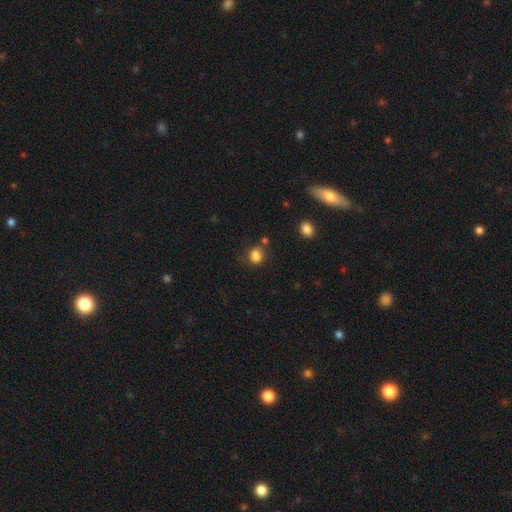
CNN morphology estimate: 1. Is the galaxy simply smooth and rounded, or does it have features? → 84% smooth, 12% star or artifact, 5% featured or disk.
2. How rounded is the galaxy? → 54% round, 45% in between, 1% cigar-shaped.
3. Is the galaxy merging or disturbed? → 63% none, 20% minor disturbance, 9% merger, 8% major disturbance.